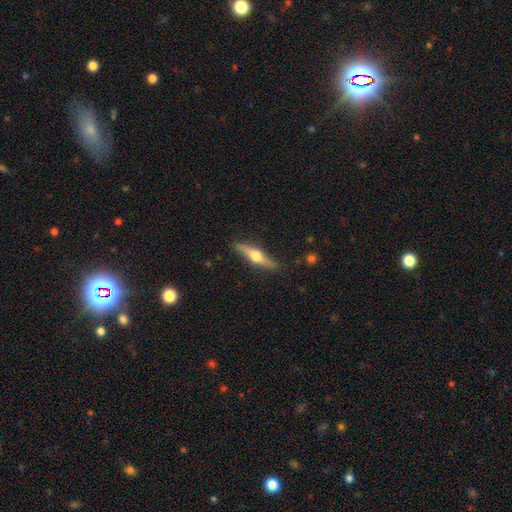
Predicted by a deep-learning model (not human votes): featured or disk 63%, smooth 31%, star or artifact 5%. Down the decision tree: edge-on disk — yes (96%); edge-on bulge — rounded (95%); merging — none (87%).